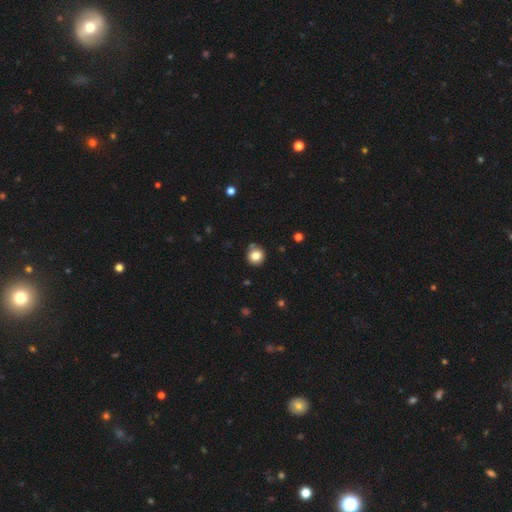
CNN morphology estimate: Smooth or featured? Predicted: smooth (p=0.82). How rounded? Predicted: round (p=0.92). Merging? Predicted: none (p=0.84).